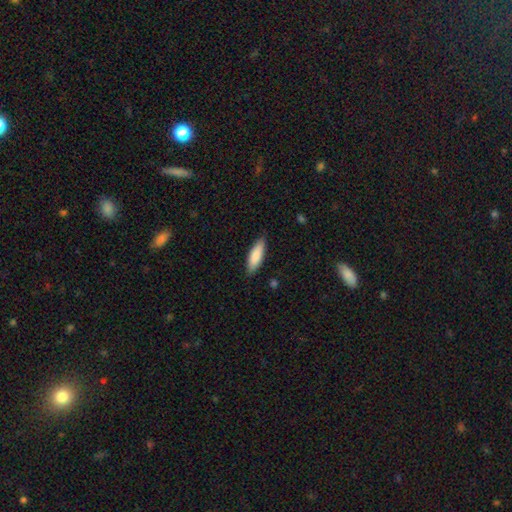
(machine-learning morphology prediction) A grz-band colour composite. It shows a smooth galaxy with no disk features (85%) that is in between round and cigar-shaped (56%). Merging: none (86%).